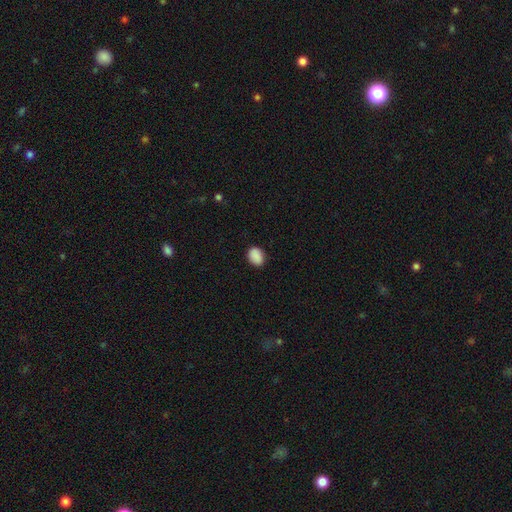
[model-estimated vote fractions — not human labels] The model was most divided on "how rounded": in between: 64%, round: 35%, cigar-shaped: 1%. More confident: smooth or featured — smooth (89%); merging — none (86%).